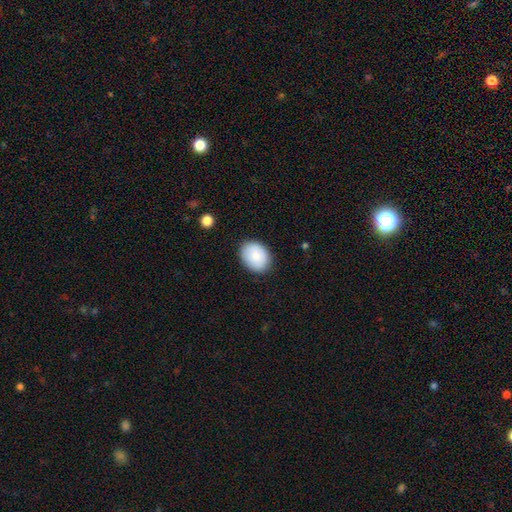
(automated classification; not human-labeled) A smooth galaxy with no disk features (85%) that is in between round and cigar-shaped (66%).

Vote fractions:
- Smooth or featured? smooth: 85% / featured or disk: 8% / star or artifact: 6%
- How rounded? in between: 66% / round: 33% / cigar-shaped: 1%
- Merging? none: 86% / minor disturbance: 11% / major disturbance: 2% / merger: 1%